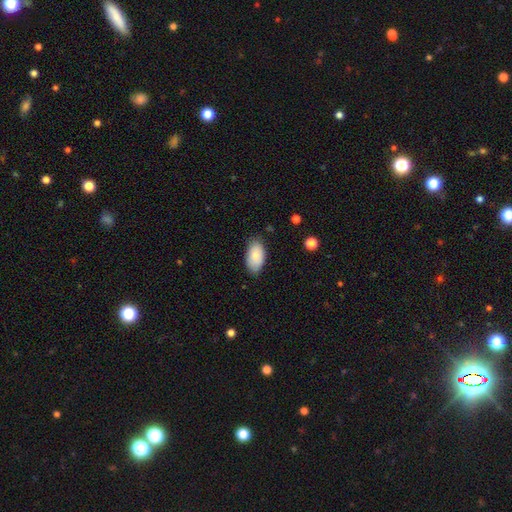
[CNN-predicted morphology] A smooth galaxy with no disk features (79%) that is in between round and cigar-shaped (94%). Merging: none (77%).